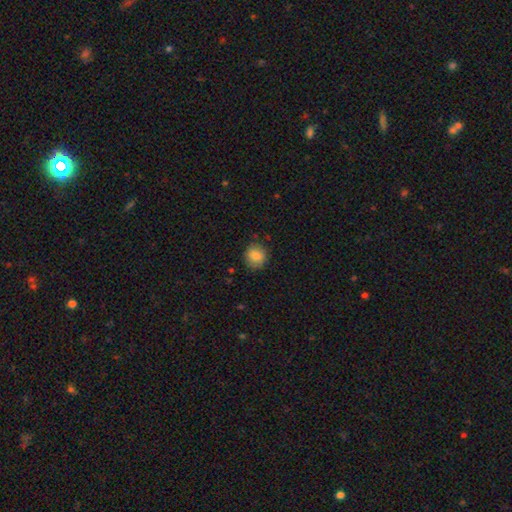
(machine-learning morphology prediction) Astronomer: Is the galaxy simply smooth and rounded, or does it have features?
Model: smooth — 83%.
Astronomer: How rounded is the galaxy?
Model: round — 87%.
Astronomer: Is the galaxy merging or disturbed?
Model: none — 86%.